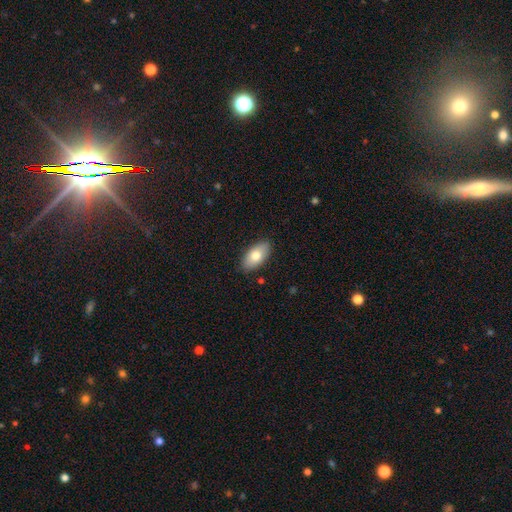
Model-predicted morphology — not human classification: This is likely a smooth galaxy (76%). How rounded: clearly in between (93%). Merging: clearly none (88%).